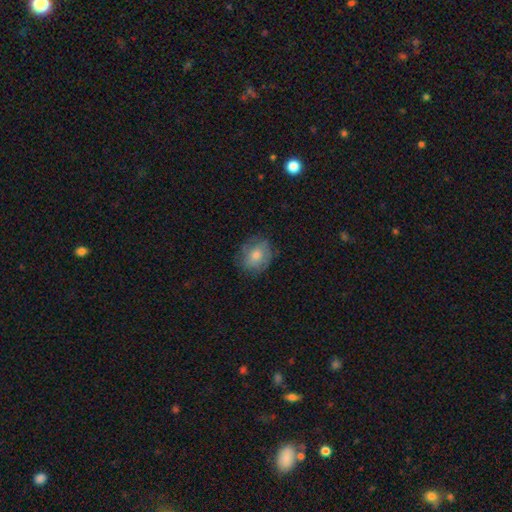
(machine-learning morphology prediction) A smooth galaxy with no disk features (61%) that is round (61%). Merging: none (74%).